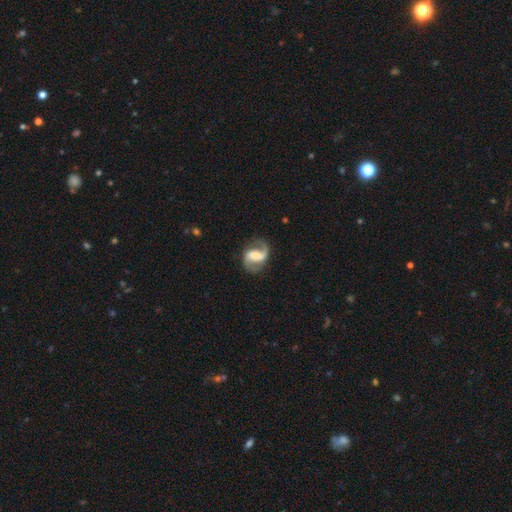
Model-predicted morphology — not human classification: A featured or disk galaxy (84%) with a weak bar (43%), 2 (89%) medium (47%) spiral arms (95%) and a moderate central bulge (38%). Merging: none (75%).